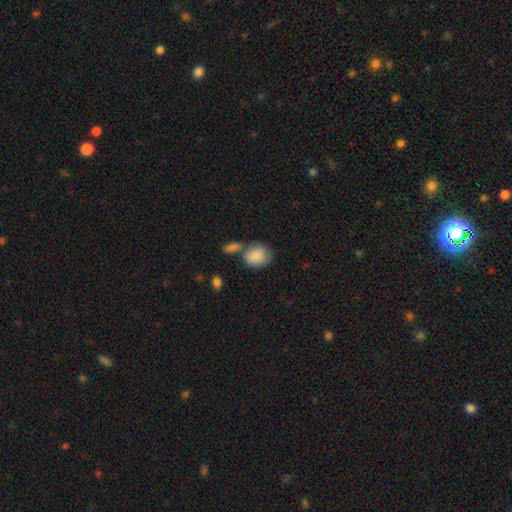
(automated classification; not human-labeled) Smooth or featured? smooth (88%)
How rounded? round (58%)
Merging? none (52%)